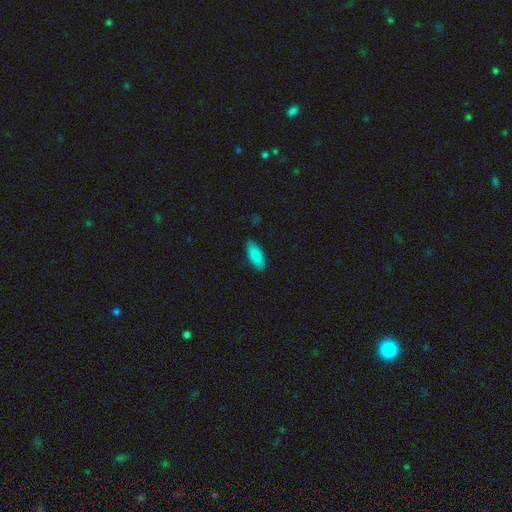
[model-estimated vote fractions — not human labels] Smooth or featured? Predicted: smooth (p=0.87). How rounded? Predicted: in between (p=0.78). Merging? Predicted: none (p=0.83).